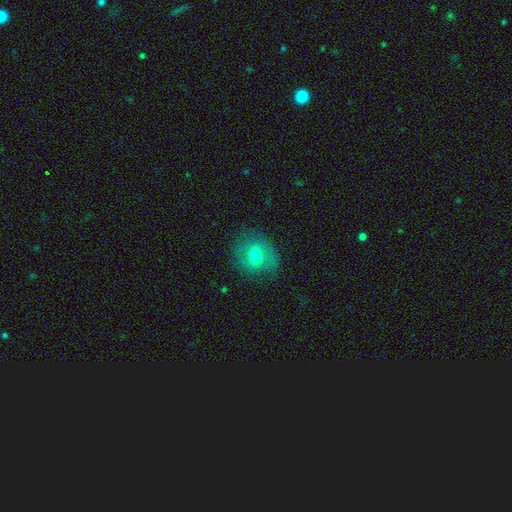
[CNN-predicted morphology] A smooth galaxy with no disk features (55%) that is round (60%). Merging: none (72%).